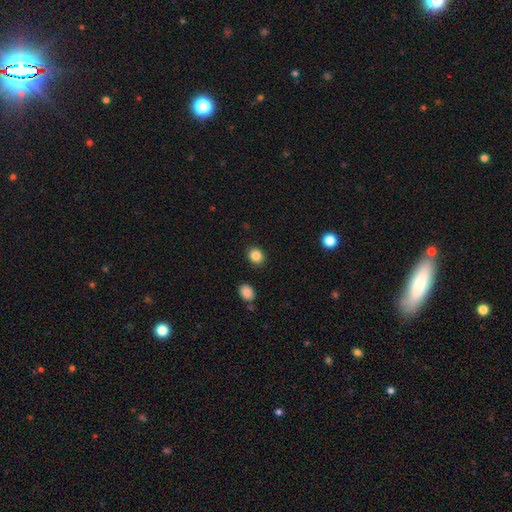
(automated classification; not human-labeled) smooth 86%, star or artifact 10%, featured or disk 4%. Down the decision tree: how rounded — round (70%); merging — none (89%).